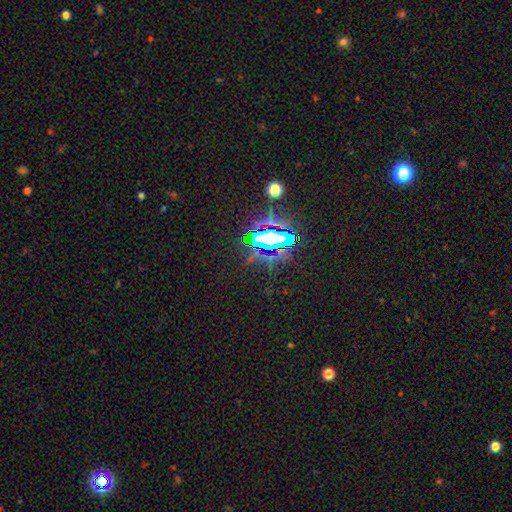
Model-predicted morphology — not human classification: type=star or artifact (78%).